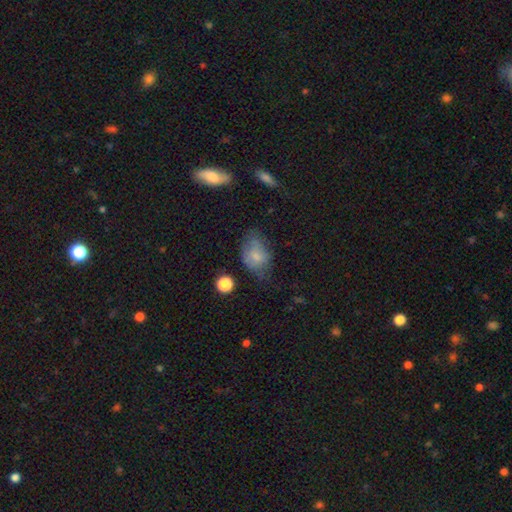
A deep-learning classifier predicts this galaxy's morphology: type=smooth (71%); roundness=in between (80%); merging=none (43%).